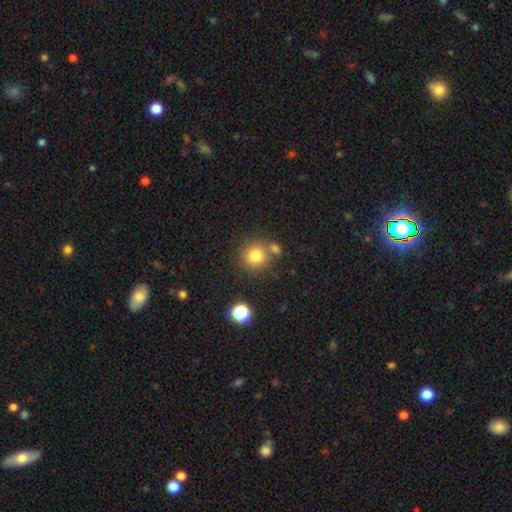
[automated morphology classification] type=smooth (80%); roundness=round (91%); merging=none (70%).